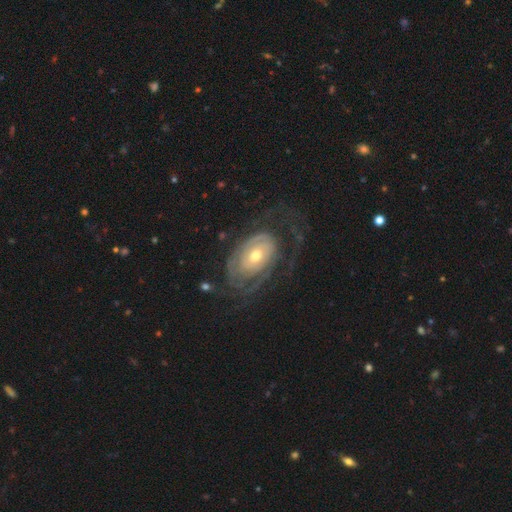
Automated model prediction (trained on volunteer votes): The model was most divided on "bulge size": moderate: 56%, small: 37%, large: 5%, dominant: 1%, none: 1%. Remaining: edge-on disk — no (95%); spiral arms — yes (81%); smooth or featured — featured or disk (81%); bar — no (74%); spiral winding — tight (64%); merging — none (53%); spiral arm count — can't tell (45%).